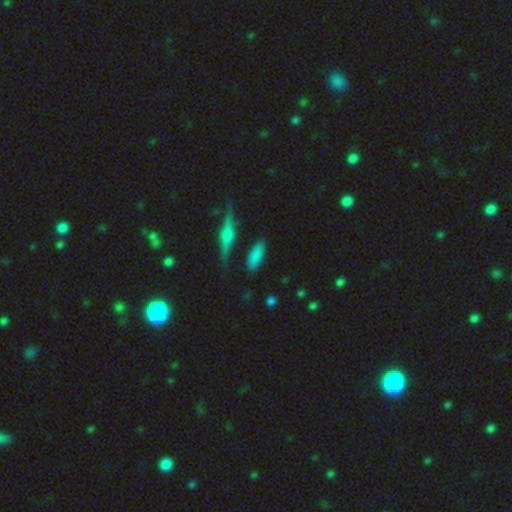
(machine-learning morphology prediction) Smooth or featured? smooth (75%)
How rounded? in between (73%)
Merging? none (75%)